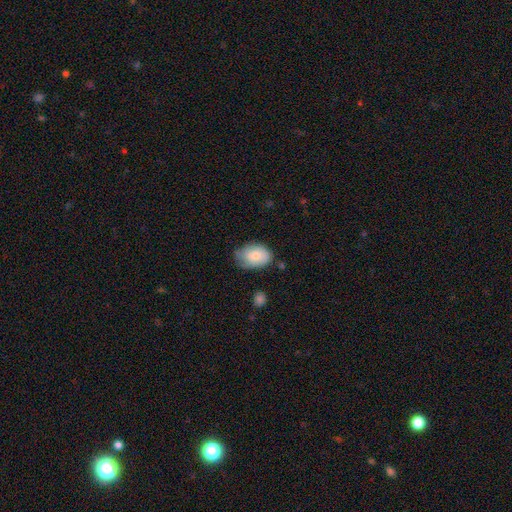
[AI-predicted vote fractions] A smooth galaxy with no disk features (80%) that is in between round and cigar-shaped (85%).

Vote fractions:
- Smooth or featured? smooth: 80% / featured or disk: 13% / star or artifact: 7%
- How rounded? in between: 85% / round: 14% / cigar-shaped: 1%
- Merging? none: 55% / minor disturbance: 34% / major disturbance: 8% / merger: 3%